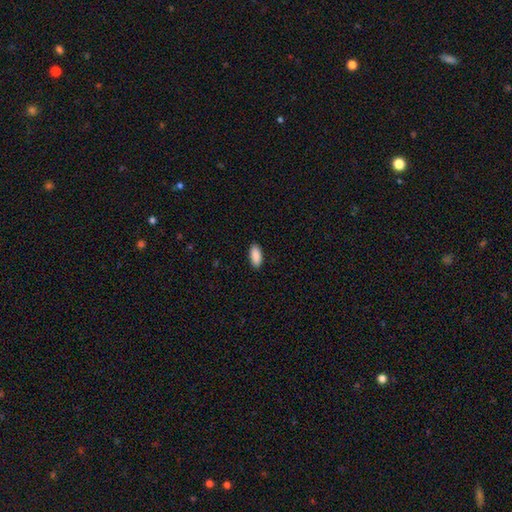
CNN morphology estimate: Smooth or featured: smooth — 91% (star or artifact — 6%)
How rounded: in between — 86% (cigar-shaped — 12%)
Merging: none — 90% (minor disturbance — 8%)